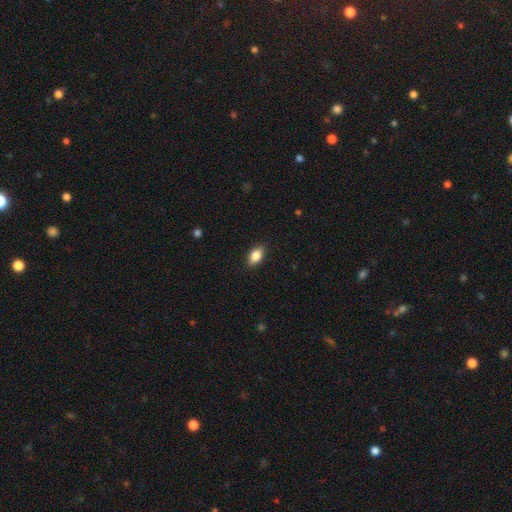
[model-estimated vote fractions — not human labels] A smooth galaxy with no disk features (85%) that is in between round and cigar-shaped (88%). Merging: none (88%).